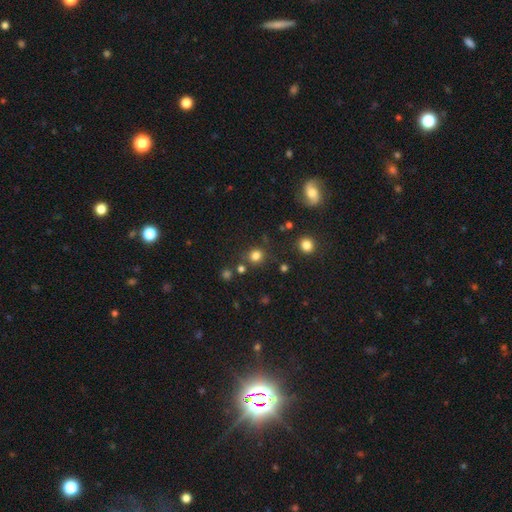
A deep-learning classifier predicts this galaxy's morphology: A smooth galaxy with no disk features (79%) that is round (88%). Merging: none (80%).